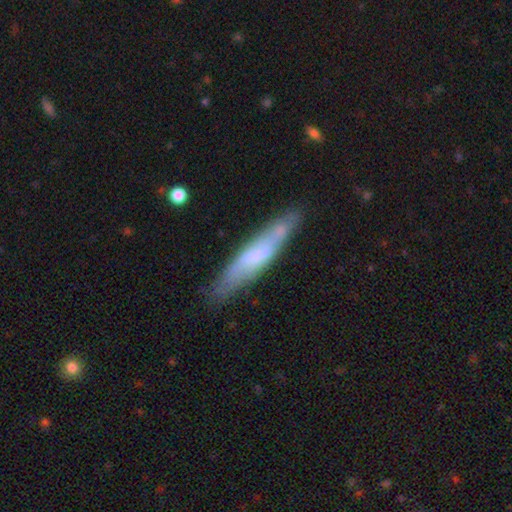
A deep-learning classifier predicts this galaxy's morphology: smooth_or_featured: smooth (p=0.52) [alt: featured or disk p=0.42]
how_rounded: cigar-shaped (p=0.85) [alt: in between p=0.14]
merging: none (p=0.77) [alt: minor disturbance p=0.16]